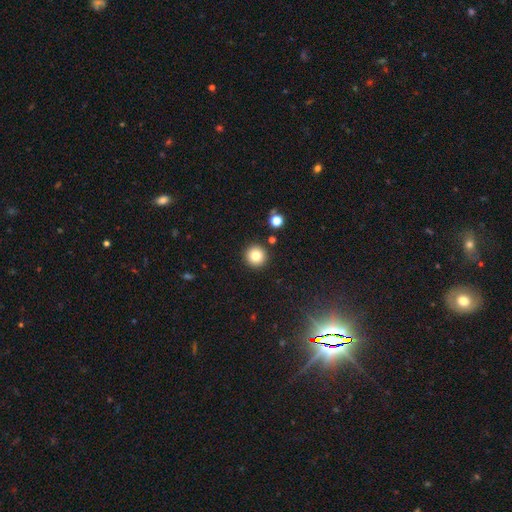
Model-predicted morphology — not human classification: A smooth galaxy with no disk features (81%) that is round (96%). Merging: none (91%).